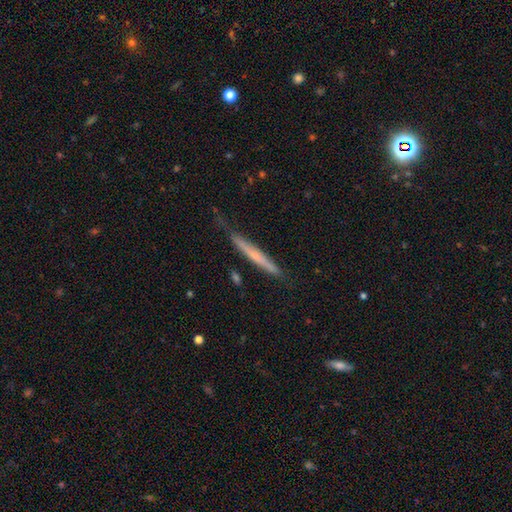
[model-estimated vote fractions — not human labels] A featured or disk galaxy (48%). Merging: none (70%).